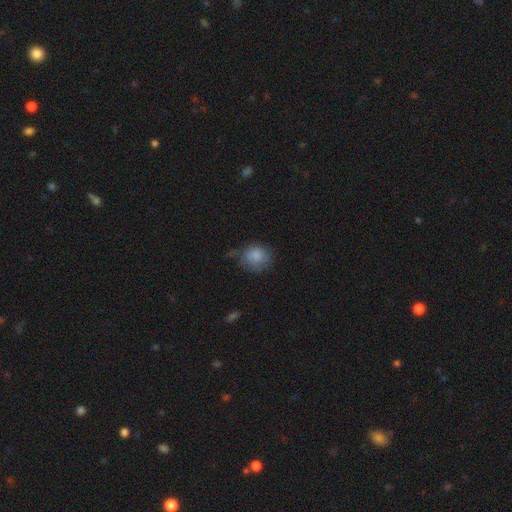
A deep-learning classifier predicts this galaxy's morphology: The model was most divided on "merging": none: 55%, minor disturbance: 31%, major disturbance: 11%, merger: 3%. More confident: smooth or featured — smooth (83%); how rounded — round (79%).